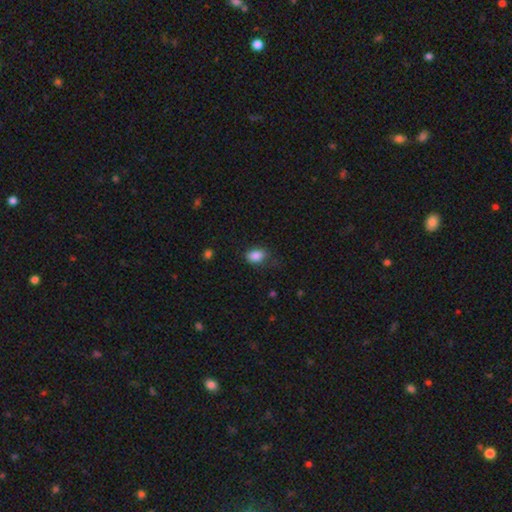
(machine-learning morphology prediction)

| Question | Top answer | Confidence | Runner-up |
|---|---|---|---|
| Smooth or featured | smooth | 87% | star or artifact (9%) |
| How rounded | in between | 79% | round (20%) |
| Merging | none | 72% | minor disturbance (21%) |